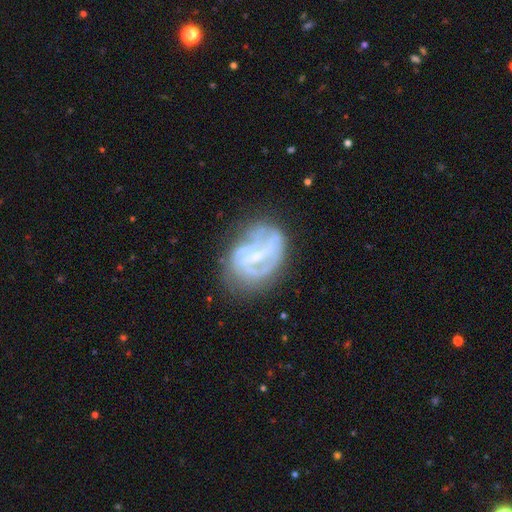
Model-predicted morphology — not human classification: Smooth or featured?
  - featured or disk: 75% *
  - smooth: 15%
  - star or artifact: 9%
Edge-on disk?
  - no: 96% *
  - yes: 4%
Bar?
  - strong: 45% *
  - weak: 38%
  - no: 17%
Spiral arms?
  - yes: 69% *
  - no: 31%
Spiral winding?
  - tight: 42% *
  - medium: 37%
  - loose: 21%
Spiral arm count?
  - can't tell: 40% *
  - 2: 33%
  - 3: 13%
  - 1: 6%
  - 4: 5%
  - more than 4: 3%
Bulge size?
  - small: 56% *
  - none: 22%
  - moderate: 19%
  - large: 2%
  - dominant: 1%
Merging?
  - none: 55% *
  - minor disturbance: 24%
  - major disturbance: 18%
  - merger: 3%